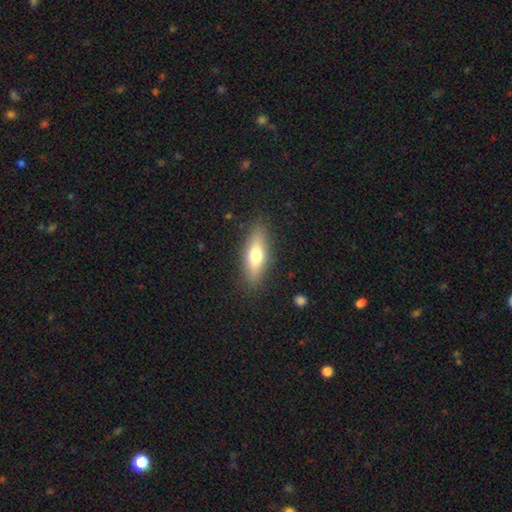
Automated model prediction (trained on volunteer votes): smooth 61%, featured or disk 32%, star or artifact 7%. Down the decision tree: how rounded — in between (51%); merging — none (86%).